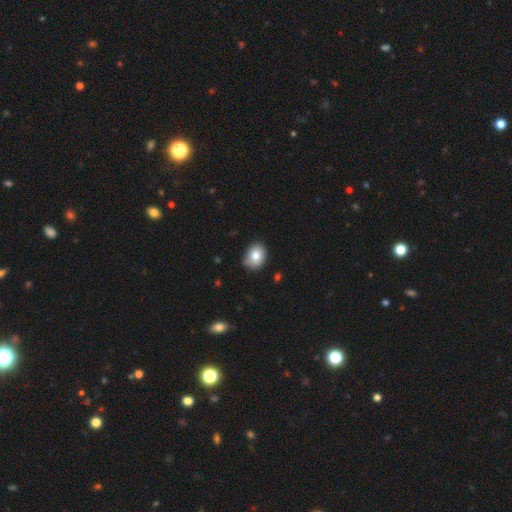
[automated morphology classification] This is likely a smooth galaxy (80%). How rounded: possibly in between (51%). Merging: likely none (70%).